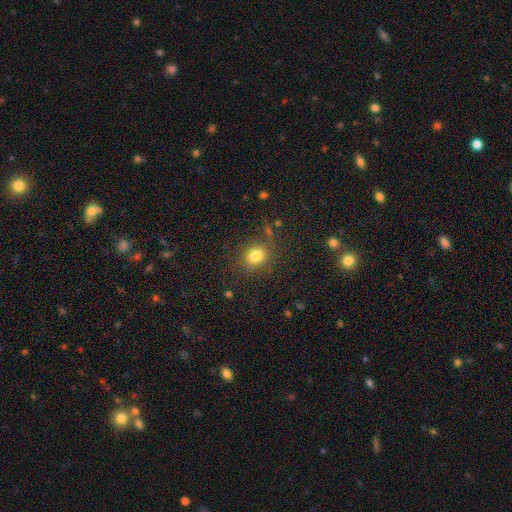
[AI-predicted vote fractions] A smooth galaxy with no disk features (80%) that is round (69%).

Vote fractions:
- Smooth or featured? smooth: 80% / star or artifact: 13% / featured or disk: 7%
- How rounded? round: 69% / in between: 29% / cigar-shaped: 1%
- Merging? none: 80% / minor disturbance: 12% / major disturbance: 5% / merger: 3%